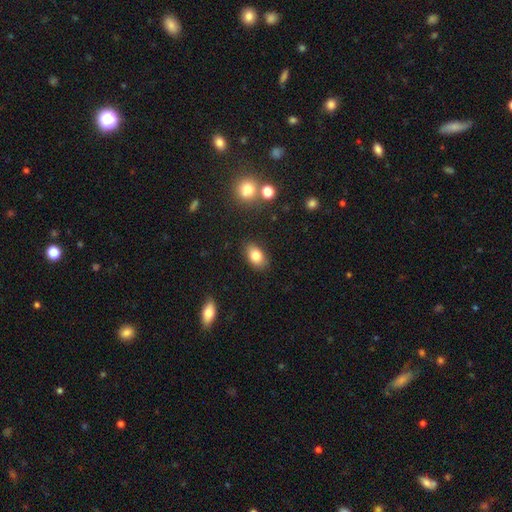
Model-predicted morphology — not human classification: The model was most divided on "merging": none: 83%, minor disturbance: 12%, major disturbance: 3%, merger: 2%. More confident: how rounded — in between (86%); smooth or featured — smooth (82%).